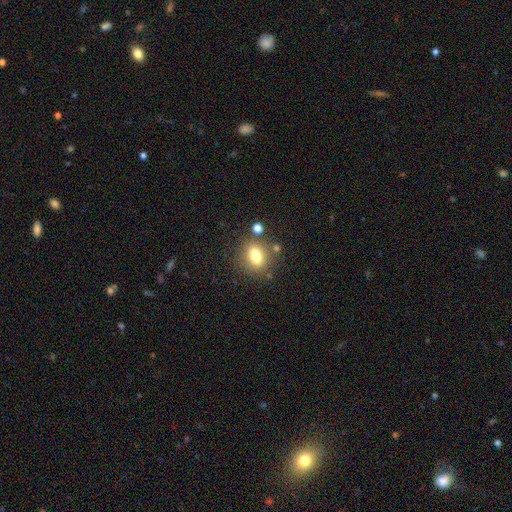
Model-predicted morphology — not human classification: Smooth or featured? smooth (76%)
How rounded? in between (70%)
Merging? none (76%)